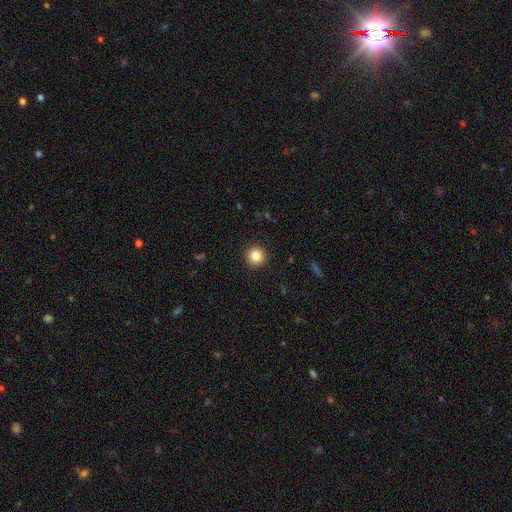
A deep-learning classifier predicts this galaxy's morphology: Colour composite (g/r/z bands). It shows a smooth galaxy with no disk features (84%) that is round (95%). Merging: none (92%).